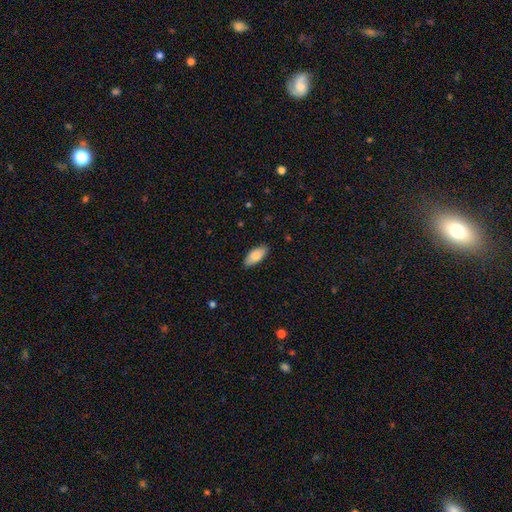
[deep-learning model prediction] smooth-or-featured: smooth: 84% | featured or disk: 10% | star or artifact: 6%
  how-rounded: in between: 89% | cigar-shaped: 9% | round: 2%
  merging: none: 87% | minor disturbance: 10% | major disturbance: 2% | merger: 1%